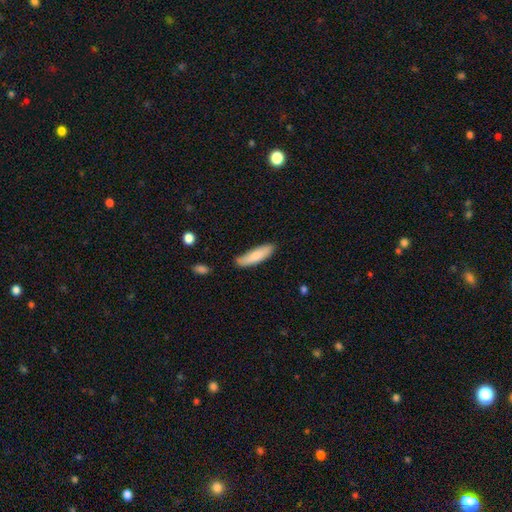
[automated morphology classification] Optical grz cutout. It shows a smooth galaxy with no disk features (82%) that is cigar-shaped (58%). Merging: none (75%).